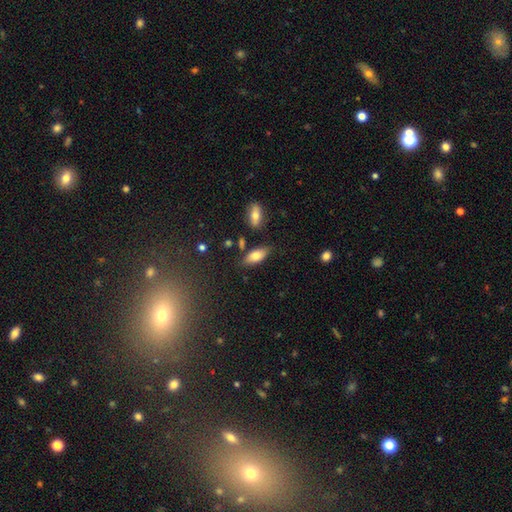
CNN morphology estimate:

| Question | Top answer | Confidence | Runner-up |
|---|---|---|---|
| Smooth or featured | smooth | 76% | featured or disk (17%) |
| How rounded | in between | 82% | cigar-shaped (15%) |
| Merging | none | 77% | minor disturbance (14%) |